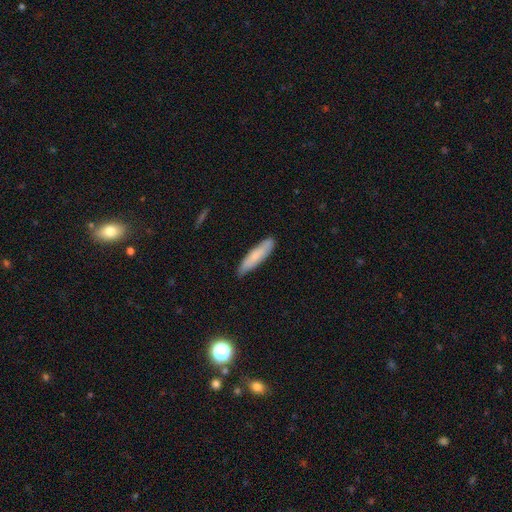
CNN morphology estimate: A smooth galaxy with no disk features (75%) that is cigar-shaped (79%). Merging: none (86%).